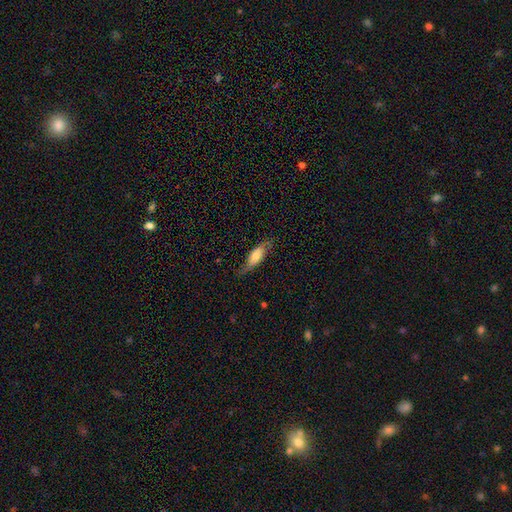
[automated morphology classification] Smooth or featured?
  - smooth: 51% *
  - featured or disk: 42%
  - star or artifact: 7%
How rounded?
  - in between: 56% *
  - cigar-shaped: 41%
  - round: 3%
Merging?
  - none: 72% *
  - minor disturbance: 21%
  - major disturbance: 6%
  - merger: 1%